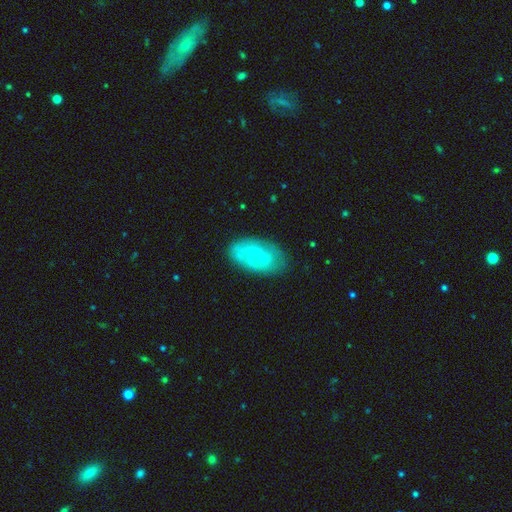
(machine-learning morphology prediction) Smooth or featured? featured or disk (47%)
Merging? none (72%)